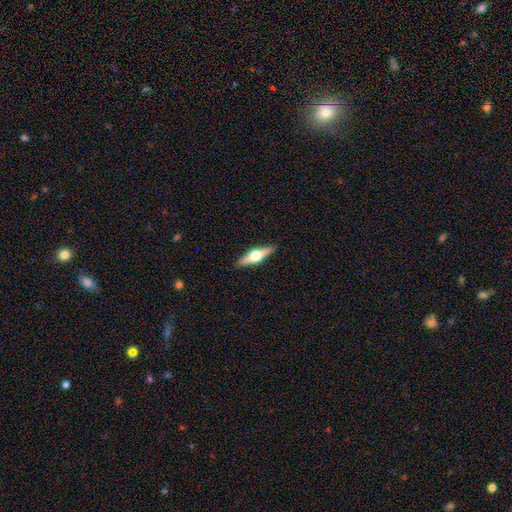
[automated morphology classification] type=featured or disk (68%); edge-on=yes (96%); edge-on bulge=rounded (95%); merging=none (91%).